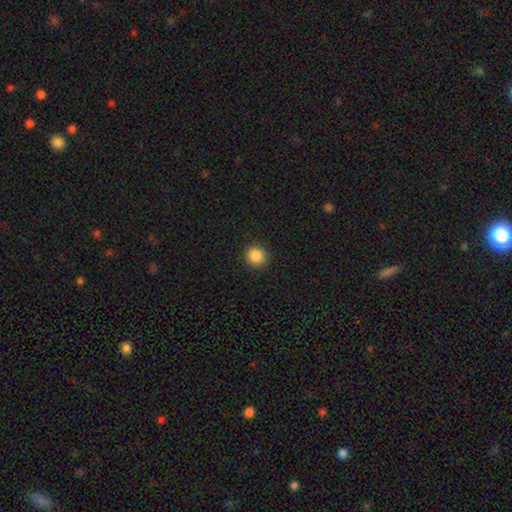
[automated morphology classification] A smooth galaxy with no disk features (87%) that is round (93%). Merging: none (92%).